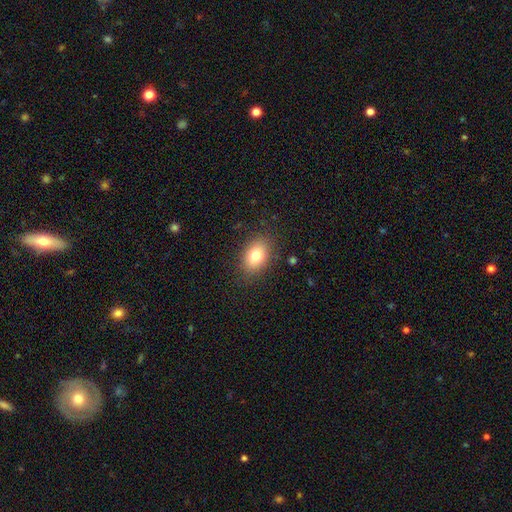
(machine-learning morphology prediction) Smooth or featured? smooth (79%)
How rounded? in between (81%)
Merging? none (85%)